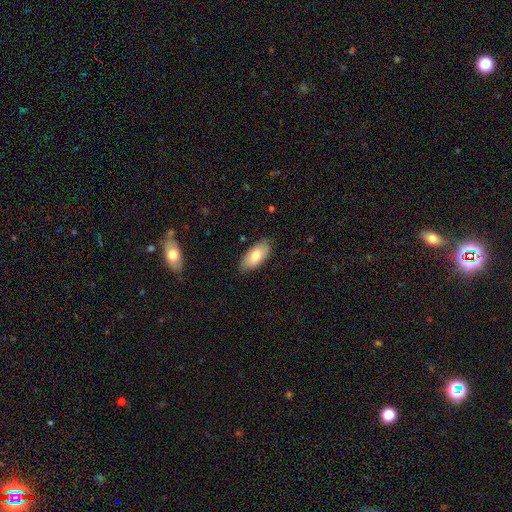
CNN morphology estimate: A smooth galaxy with no disk features (77%) that is in between round and cigar-shaped (92%). Merging: none (83%).